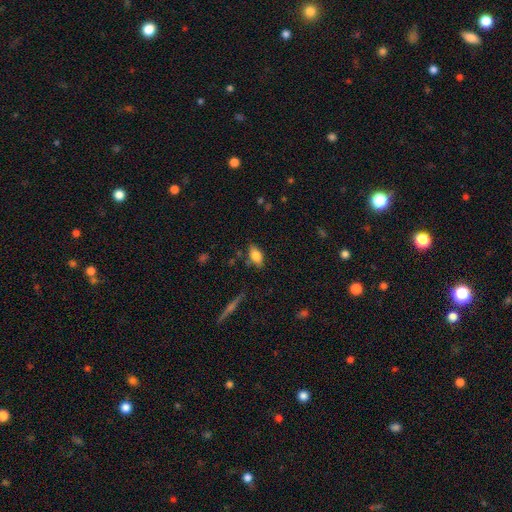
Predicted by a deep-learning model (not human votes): Q: Smooth or featured?
A: smooth (76%); runner-up: featured or disk (16%)
Q: How rounded?
A: in between (85%); runner-up: cigar-shaped (10%)
Q: Merging?
A: none (77%); runner-up: minor disturbance (17%)